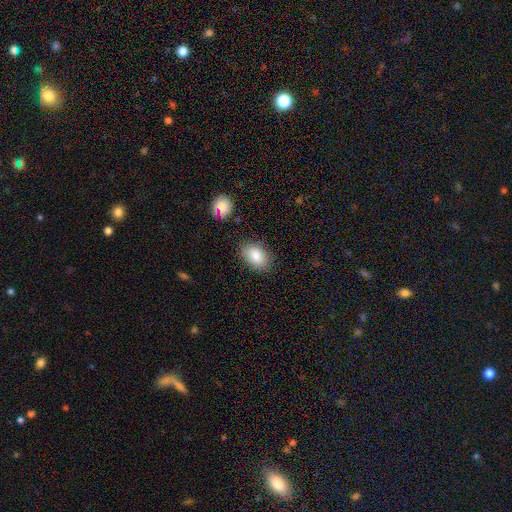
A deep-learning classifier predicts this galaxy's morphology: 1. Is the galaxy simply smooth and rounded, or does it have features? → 85% smooth, 8% star or artifact, 7% featured or disk.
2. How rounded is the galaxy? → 85% in between, 14% round, 1% cigar-shaped.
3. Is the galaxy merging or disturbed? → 81% none, 13% minor disturbance, 3% major disturbance, 2% merger.